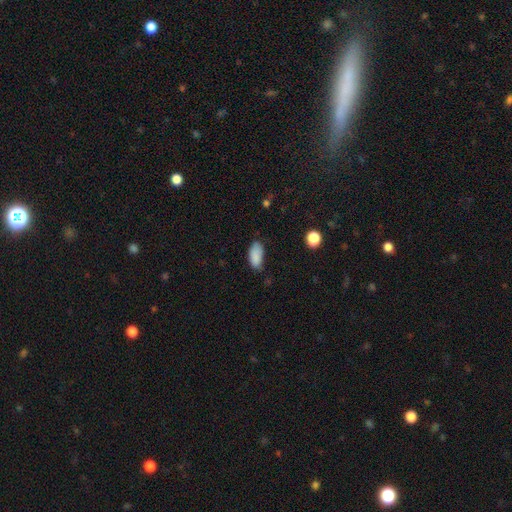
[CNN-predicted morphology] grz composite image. It shows a smooth galaxy with no disk features (87%) that is in between round and cigar-shaped (91%). Merging: none (68%).